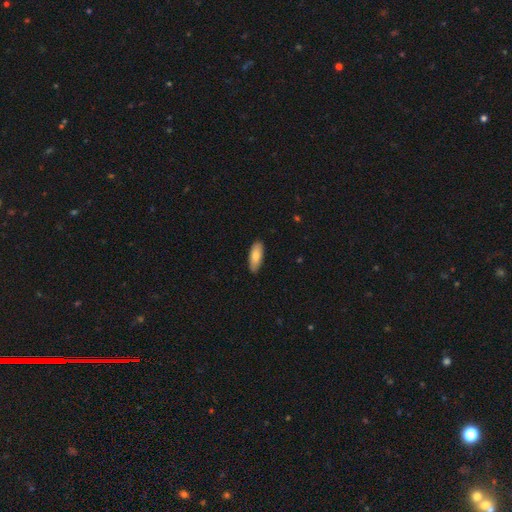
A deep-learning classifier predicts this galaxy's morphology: A smooth galaxy with no disk features (80%) that is in between round and cigar-shaped (72%).

Vote fractions:
- Smooth or featured? smooth: 80% / featured or disk: 14% / star or artifact: 6%
- How rounded? in between: 72% / cigar-shaped: 26% / round: 2%
- Merging? none: 87% / minor disturbance: 10% / major disturbance: 2% / merger: 1%